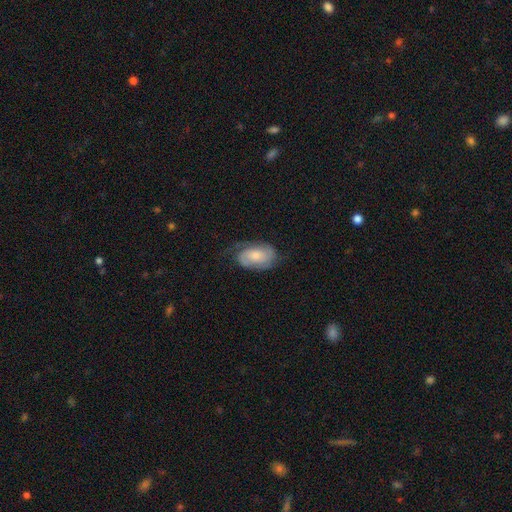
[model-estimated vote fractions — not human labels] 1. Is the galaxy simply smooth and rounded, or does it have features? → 58% featured or disk, 35% smooth, 7% star or artifact.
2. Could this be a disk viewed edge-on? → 96% no, 4% yes.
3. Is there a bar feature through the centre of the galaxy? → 73% no, 23% weak, 4% strong.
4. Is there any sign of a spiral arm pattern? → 88% yes, 12% no.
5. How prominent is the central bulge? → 43% moderate, 37% small, 11% large, 7% none, 2% dominant.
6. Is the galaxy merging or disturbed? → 60% none, 25% minor disturbance, 14% major disturbance, 1% merger.